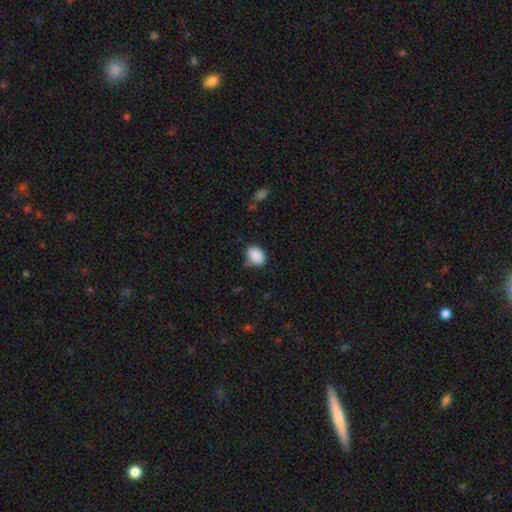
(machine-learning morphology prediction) Smooth or featured?
  - smooth: 89% *
  - star or artifact: 8%
  - featured or disk: 3%
How rounded?
  - in between: 72% *
  - round: 27%
  - cigar-shaped: 1%
Merging?
  - none: 74% *
  - minor disturbance: 19%
  - major disturbance: 4%
  - merger: 3%